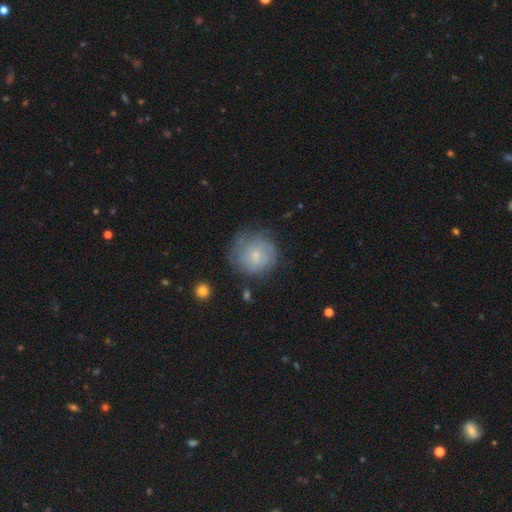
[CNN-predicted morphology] This appears to be a featured or disk galaxy (50%). Merging: none (66%).